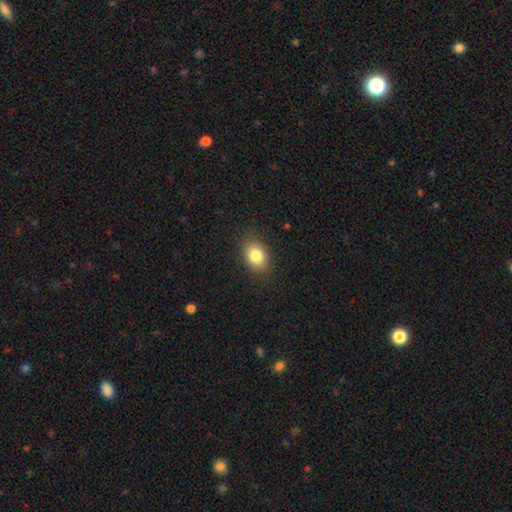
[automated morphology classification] The model was most divided on "how rounded": in between: 72%, round: 27%, cigar-shaped: 1%. More confident: merging — none (85%); smooth or featured — smooth (82%).